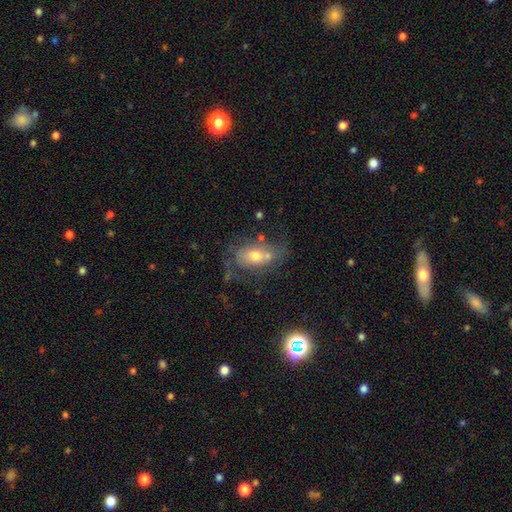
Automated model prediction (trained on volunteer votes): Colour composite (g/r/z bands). It shows a smooth galaxy with no disk features (44%, tied with featured or disk). Merging: none (44%).